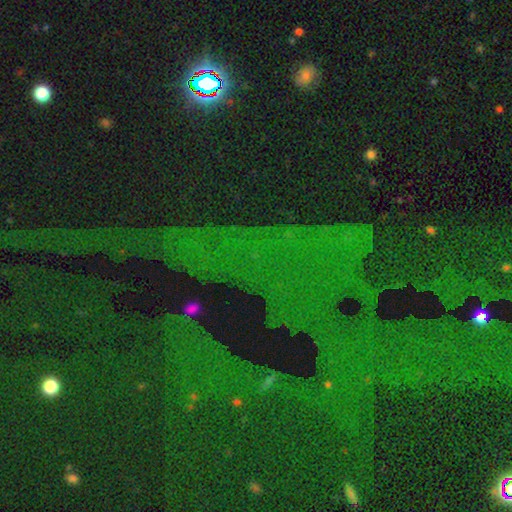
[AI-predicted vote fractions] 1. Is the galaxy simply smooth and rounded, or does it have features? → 82% star or artifact, 9% smooth, 8% featured or disk.